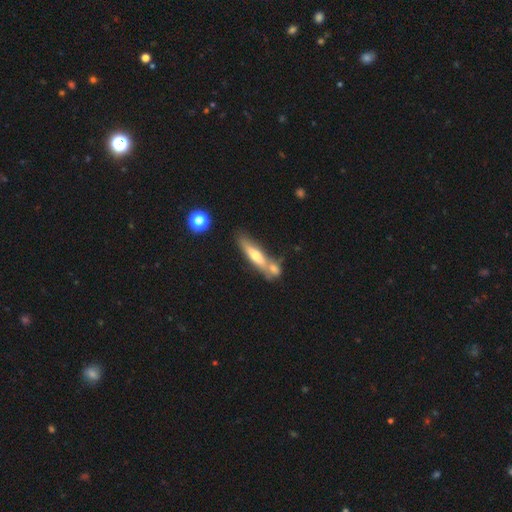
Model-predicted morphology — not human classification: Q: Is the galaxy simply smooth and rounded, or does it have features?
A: smooth — 48%.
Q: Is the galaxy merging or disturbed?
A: none — 48%.